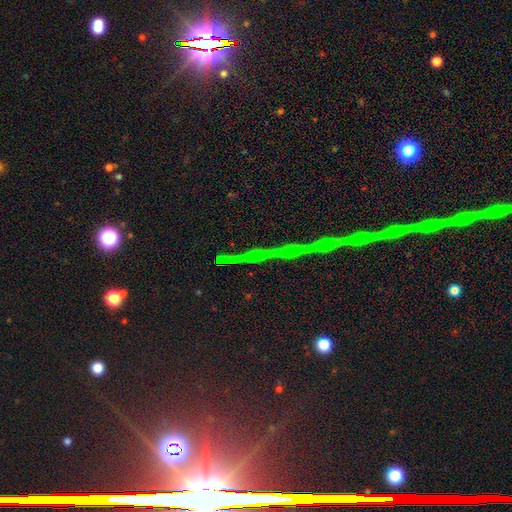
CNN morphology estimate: This appears to be a star or artifact, not a galaxy (73%).